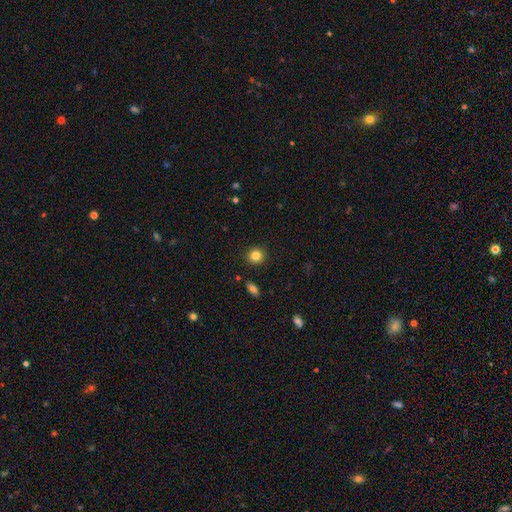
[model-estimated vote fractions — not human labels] This is clearly a smooth galaxy (84%). How rounded: clearly round (89%). Merging: clearly none (90%).